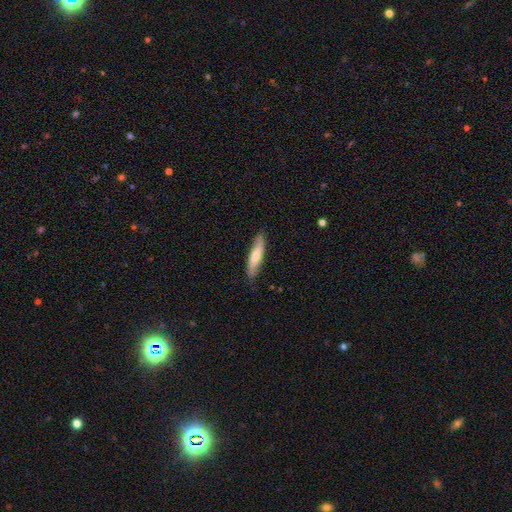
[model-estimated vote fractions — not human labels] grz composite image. It shows a smooth galaxy with no disk features (60%) that is cigar-shaped (82%). Merging: none (83%).